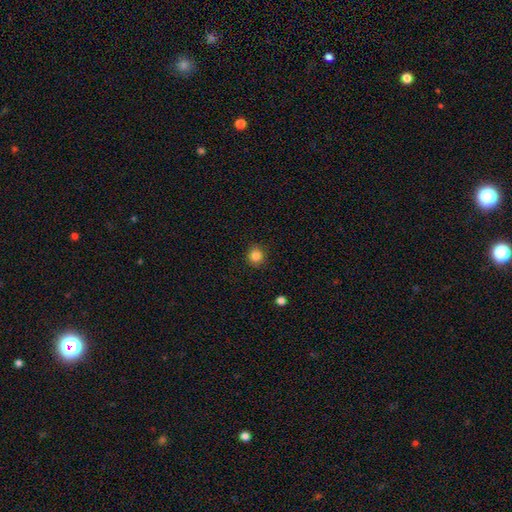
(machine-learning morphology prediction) This appears to be a smooth galaxy with no disk features (85%) that is round (91%). Merging: none (91%).